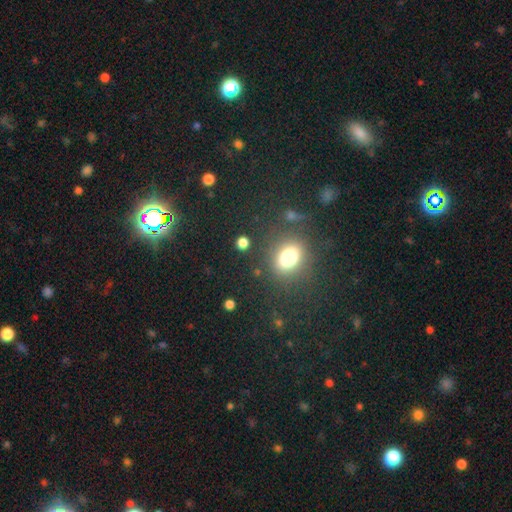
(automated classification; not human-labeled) This appears to be a smooth galaxy with no disk features (51%) that is round (77%). Merging: none (84%).